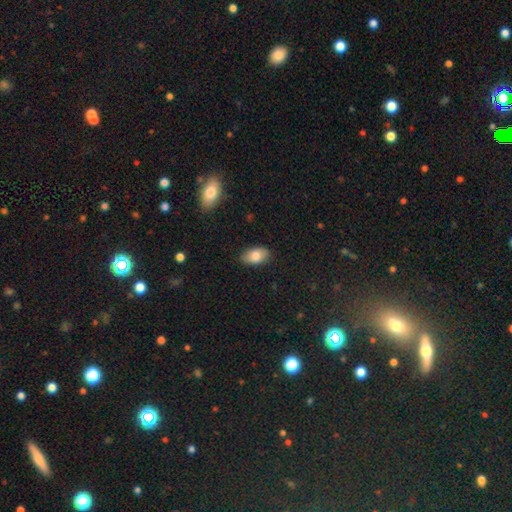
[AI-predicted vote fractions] smooth 82%, featured or disk 11%, star or artifact 7%. Down the decision tree: how rounded — in between (93%); merging — none (85%).